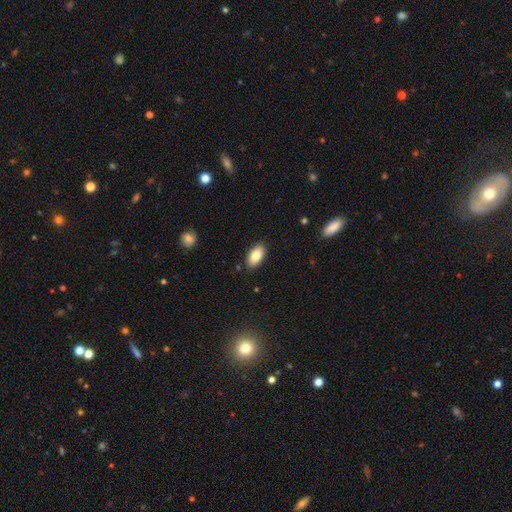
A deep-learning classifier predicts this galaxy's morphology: smooth_or_featured: smooth (p=0.81) [alt: featured or disk p=0.12]
how_rounded: in between (p=0.93) [alt: cigar-shaped p=0.03]
merging: none (p=0.88) [alt: minor disturbance p=0.09]